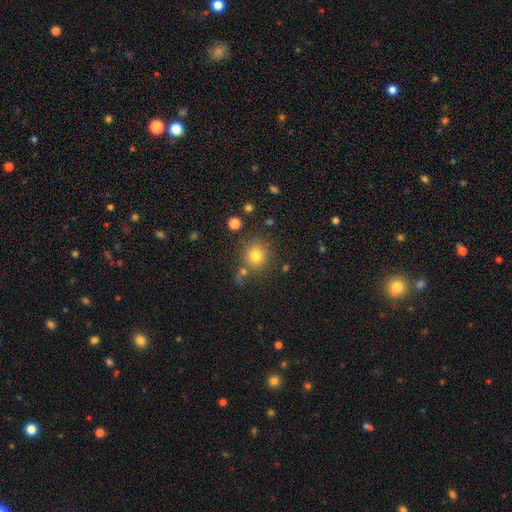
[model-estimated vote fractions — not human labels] A smooth galaxy with no disk features (80%) that is round (88%). Merging: none (71%).